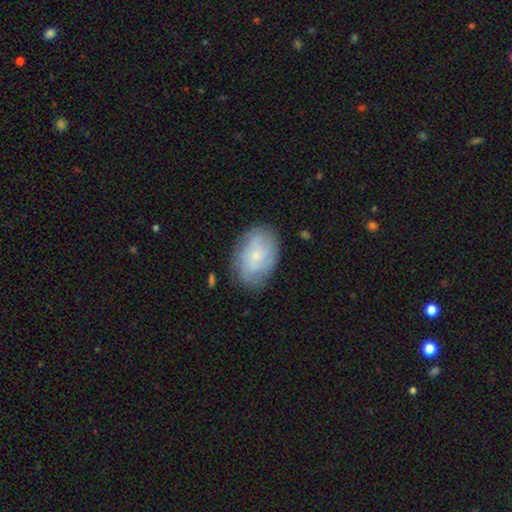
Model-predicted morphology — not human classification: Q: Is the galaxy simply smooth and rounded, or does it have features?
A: smooth — 53%.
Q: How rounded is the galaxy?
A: in between — 86%.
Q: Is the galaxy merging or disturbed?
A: none — 76%.